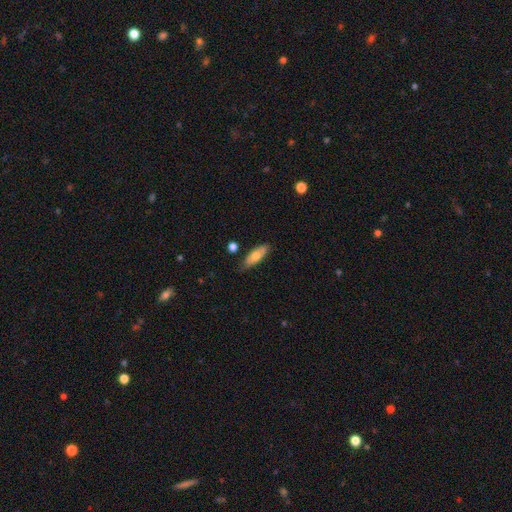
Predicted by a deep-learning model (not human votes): This is likely a smooth galaxy (63%). How rounded: likely in between (64%). Merging: likely none (72%).